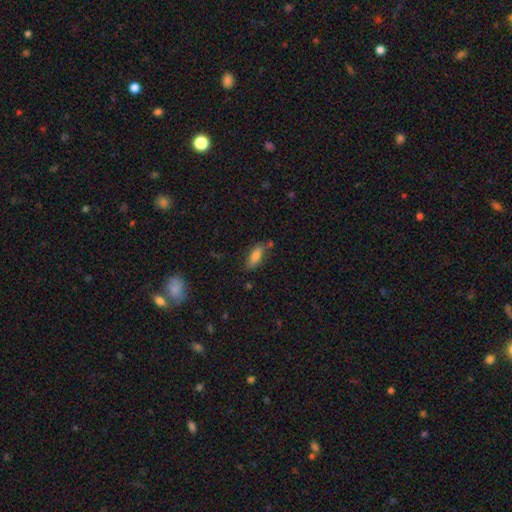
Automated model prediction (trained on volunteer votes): Morphology: type=smooth (75%); roundness=in between (70%); merging=none (68%).